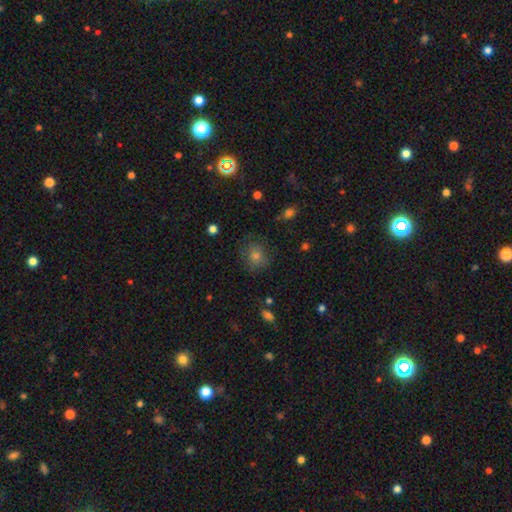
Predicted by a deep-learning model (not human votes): smooth 62%, star or artifact 25%, featured or disk 13%. Down the decision tree: how rounded — round (81%); merging — none (79%).